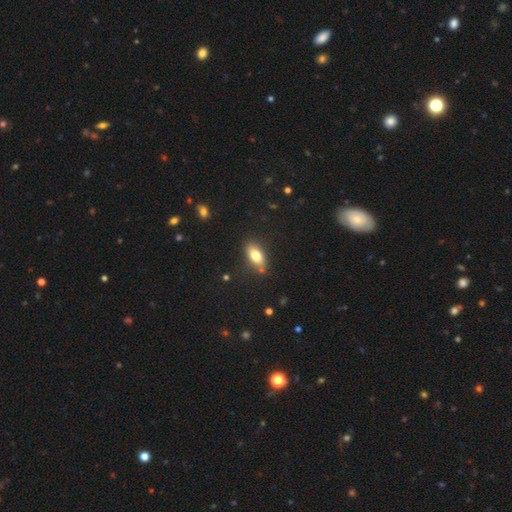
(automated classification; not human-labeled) Smooth or featured?
  - smooth: 76% *
  - featured or disk: 16%
  - star or artifact: 8%
How rounded?
  - in between: 86% *
  - cigar-shaped: 10%
  - round: 5%
Merging?
  - none: 79% *
  - minor disturbance: 14%
  - merger: 3%
  - major disturbance: 3%